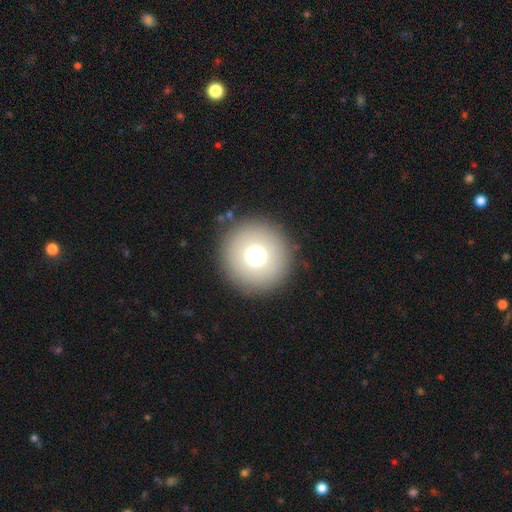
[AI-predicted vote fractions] A smooth galaxy with no disk features (70%) that is round (96%). Merging: none (90%).